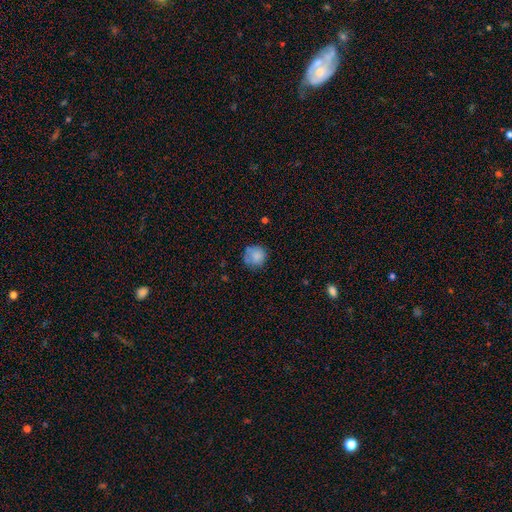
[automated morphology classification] Smooth or featured? smooth (79%)
How rounded? round (90%)
Merging? none (68%)